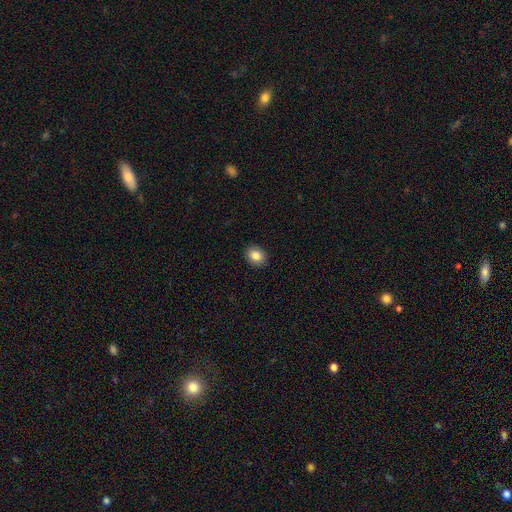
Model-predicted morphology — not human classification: smooth_or_featured: smooth (p=0.86) [alt: star or artifact p=0.08]
how_rounded: in between (p=0.56) [alt: round p=0.43]
merging: none (p=0.90) [alt: minor disturbance p=0.07]